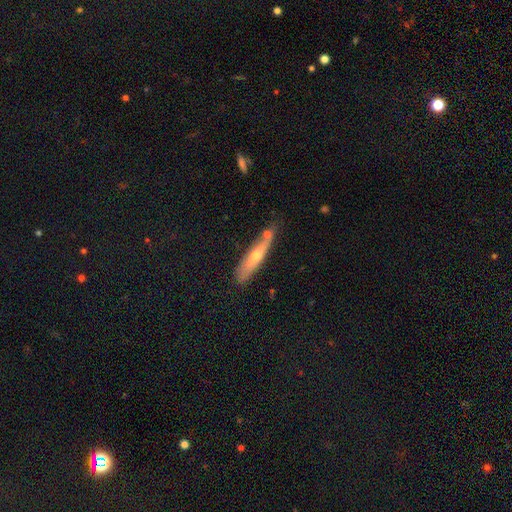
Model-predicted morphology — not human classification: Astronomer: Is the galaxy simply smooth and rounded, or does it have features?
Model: smooth — 48% (runner-up: featured or disk, 45%).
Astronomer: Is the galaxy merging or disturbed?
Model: none — 68%.